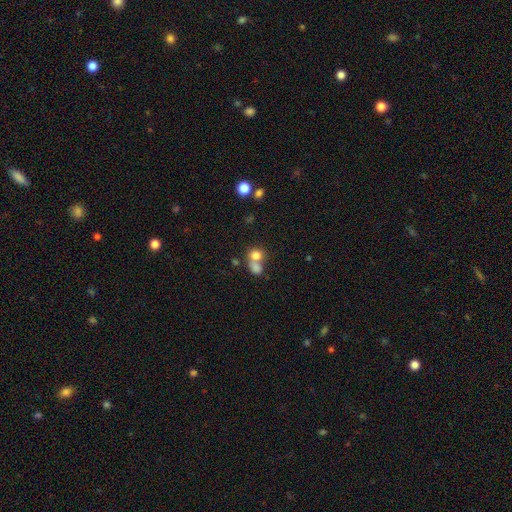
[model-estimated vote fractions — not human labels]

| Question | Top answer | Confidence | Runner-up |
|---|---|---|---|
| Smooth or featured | smooth | 77% | featured or disk (12%) |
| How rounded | round | 69% | in between (30%) |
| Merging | merger | 56% | none (32%) |